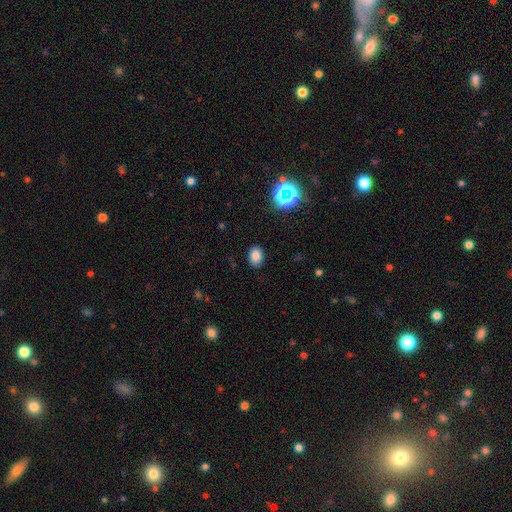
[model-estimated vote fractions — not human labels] This is clearly a smooth galaxy (81%). How rounded: likely in between (66%). Merging: clearly none (86%).